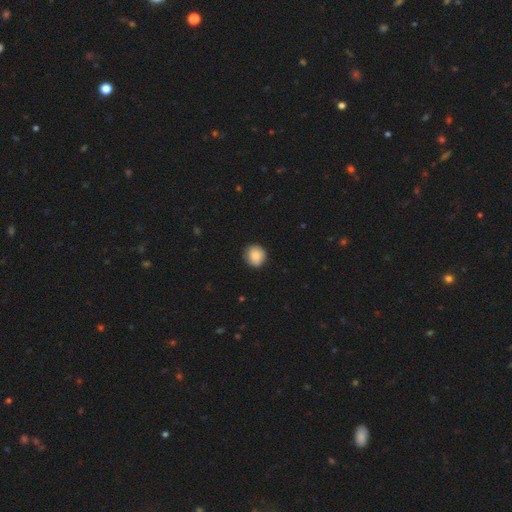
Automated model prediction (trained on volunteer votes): smooth-or-featured: smooth: 87% | star or artifact: 8% | featured or disk: 6%
  how-rounded: round: 87% | in between: 12% | cigar-shaped: 1%
  merging: none: 84% | minor disturbance: 12% | major disturbance: 2% | merger: 1%